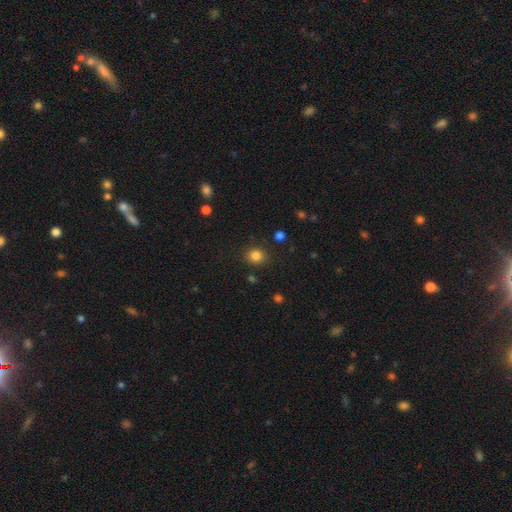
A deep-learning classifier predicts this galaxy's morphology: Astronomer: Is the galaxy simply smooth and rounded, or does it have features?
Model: smooth — 83%.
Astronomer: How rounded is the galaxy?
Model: round — 80%.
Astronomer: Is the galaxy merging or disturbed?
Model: none — 88%.